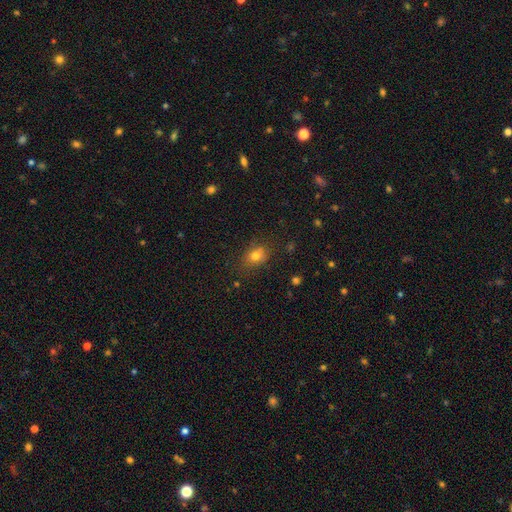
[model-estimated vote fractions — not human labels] Smooth or featured? smooth (77%)
How rounded? in between (56%)
Merging? none (73%)